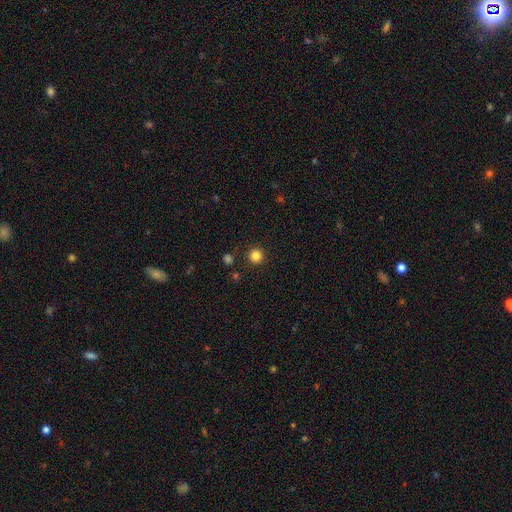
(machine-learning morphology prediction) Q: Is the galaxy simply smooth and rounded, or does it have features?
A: smooth — 84%.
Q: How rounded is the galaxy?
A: round — 95%.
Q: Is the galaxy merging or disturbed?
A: none — 91%.